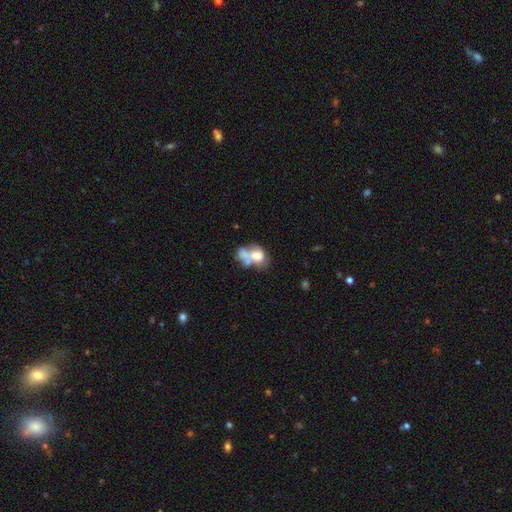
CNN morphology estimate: Smooth or featured? smooth (57%)
How rounded? in between (68%)
Merging? merger (55%)